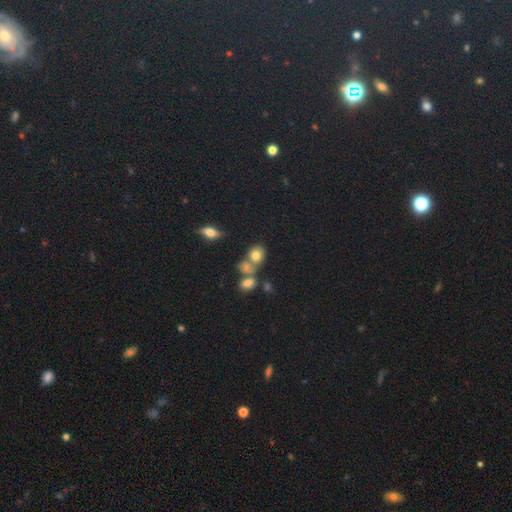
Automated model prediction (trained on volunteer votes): A smooth galaxy with no disk features (72%) that is round (55%). Merging: none (49%).